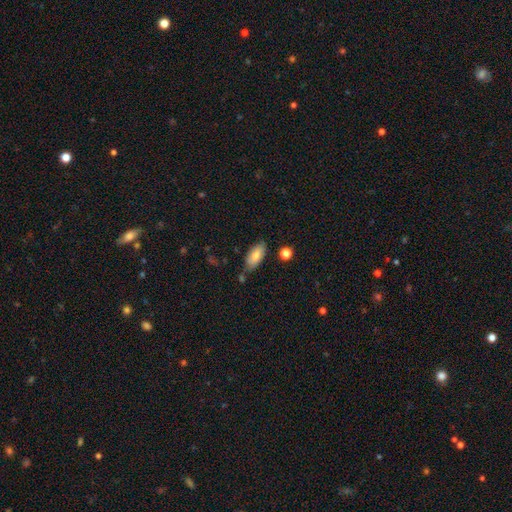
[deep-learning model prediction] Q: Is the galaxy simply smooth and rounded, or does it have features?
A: smooth — 79%.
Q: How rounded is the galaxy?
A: in between — 89%.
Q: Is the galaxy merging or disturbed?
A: none — 74%.